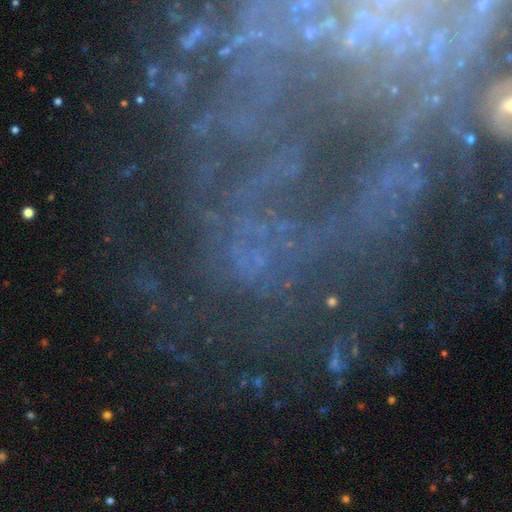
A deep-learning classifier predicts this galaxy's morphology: This appears to be a featured or disk galaxy (59%) with no bar (45%), spiral arms (84%) and a small central bulge (53%). Merging: none (62%).